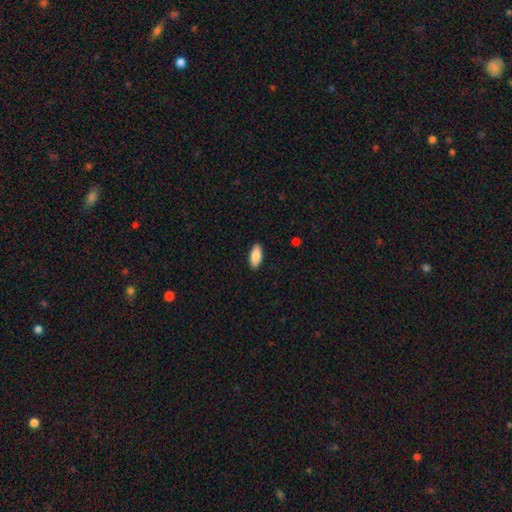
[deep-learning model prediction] smooth 87%, featured or disk 7%, star or artifact 6%. Down the decision tree: how rounded — in between (86%); merging — none (90%).